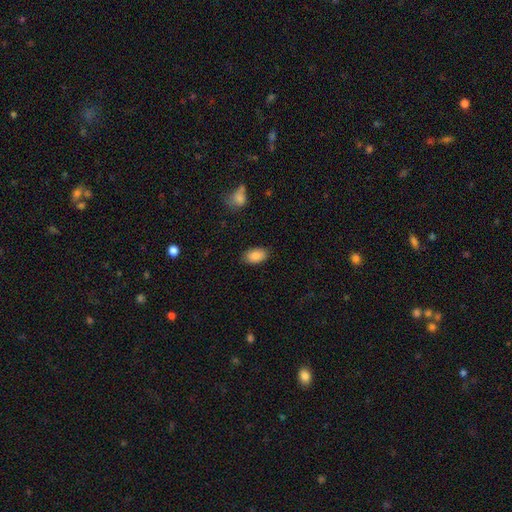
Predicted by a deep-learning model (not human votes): Q: Smooth or featured?
A: smooth (88%); runner-up: star or artifact (7%)
Q: How rounded?
A: in between (91%); runner-up: round (7%)
Q: Merging?
A: none (85%); runner-up: minor disturbance (11%)